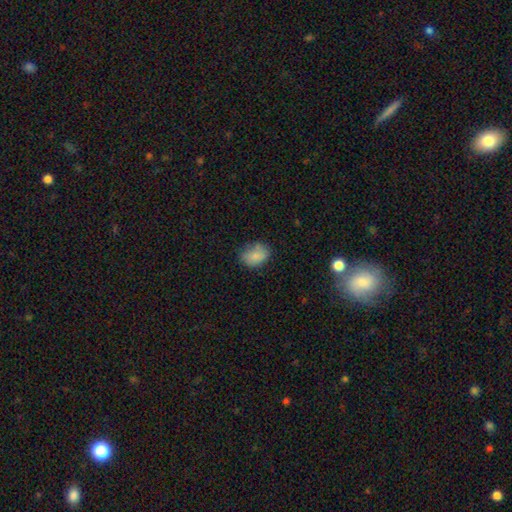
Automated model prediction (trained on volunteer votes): This appears to be a smooth galaxy with no disk features (81%) that is in between round and cigar-shaped (67%). Merging: none (65%).